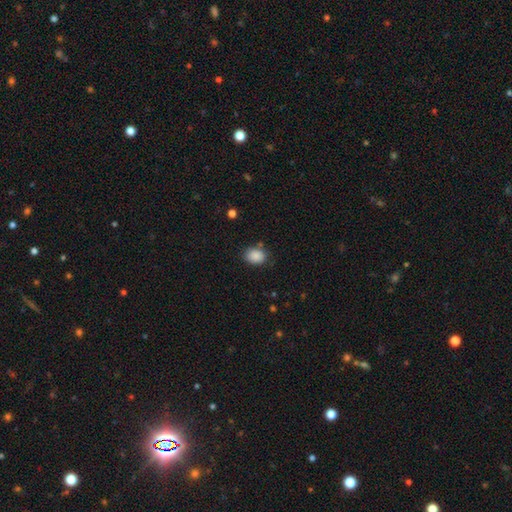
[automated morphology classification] Smooth or featured?
  - smooth: 88% *
  - star or artifact: 8%
  - featured or disk: 4%
How rounded?
  - in between: 65% *
  - round: 35%
  - cigar-shaped: 1%
Merging?
  - none: 79% *
  - minor disturbance: 15%
  - major disturbance: 4%
  - merger: 3%